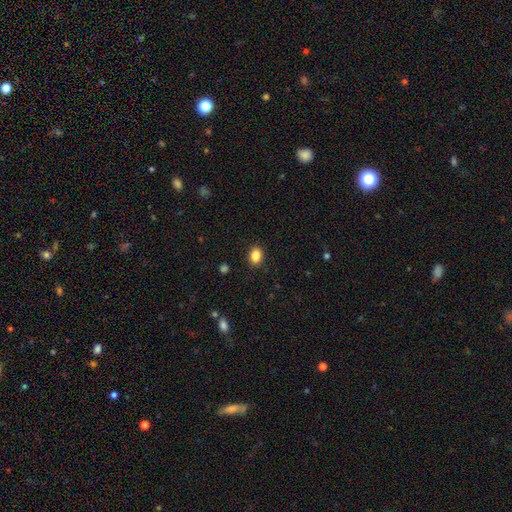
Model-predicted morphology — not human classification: Q: Smooth or featured?
A: smooth (86%); runner-up: star or artifact (10%)
Q: How rounded?
A: in between (69%); runner-up: round (30%)
Q: Merging?
A: none (88%); runner-up: minor disturbance (8%)